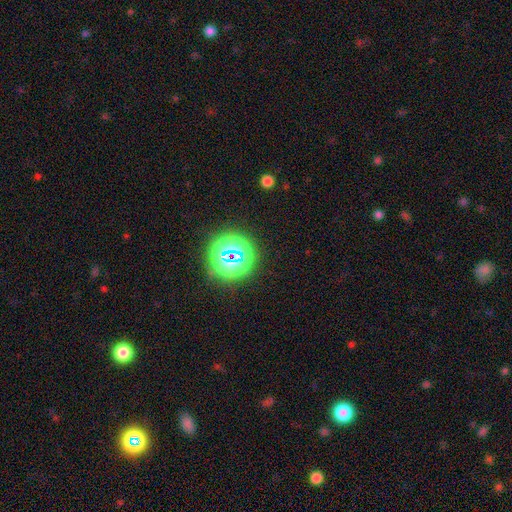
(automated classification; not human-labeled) Smooth or featured? Predicted: star or artifact (p=0.79).